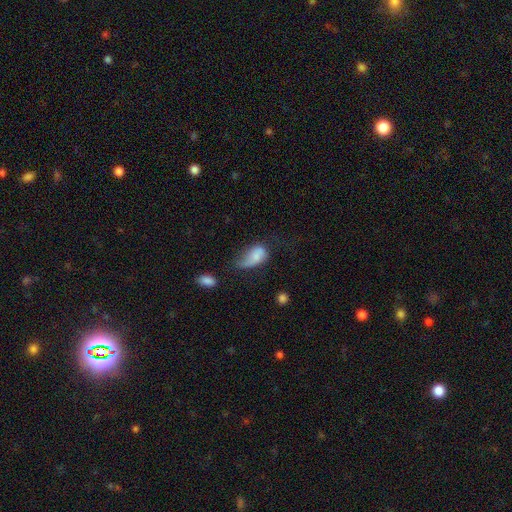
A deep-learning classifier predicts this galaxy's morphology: This appears to be a smooth galaxy with no disk features (73%) that is in between round and cigar-shaped (92%). Merging: minor disturbance (36%, tied with major disturbance).